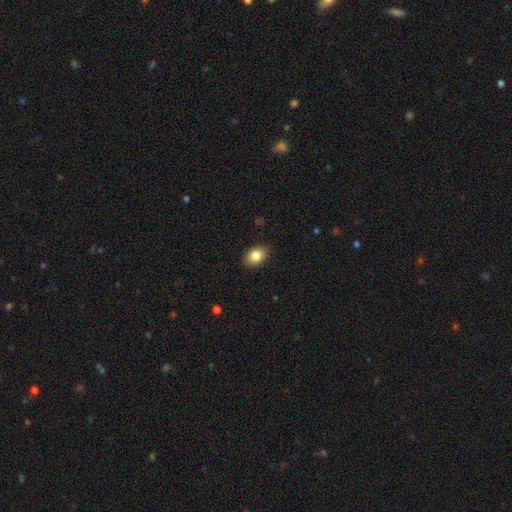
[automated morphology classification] Q: Smooth or featured?
A: smooth (84%); runner-up: star or artifact (8%)
Q: How rounded?
A: in between (80%); runner-up: round (19%)
Q: Merging?
A: none (88%); runner-up: minor disturbance (9%)